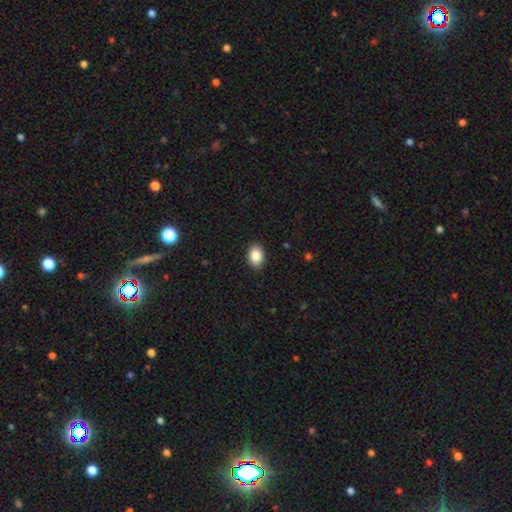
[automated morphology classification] Smooth or featured? Predicted: smooth (p=0.88). How rounded? Predicted: in between (p=0.81). Merging? Predicted: none (p=0.90).